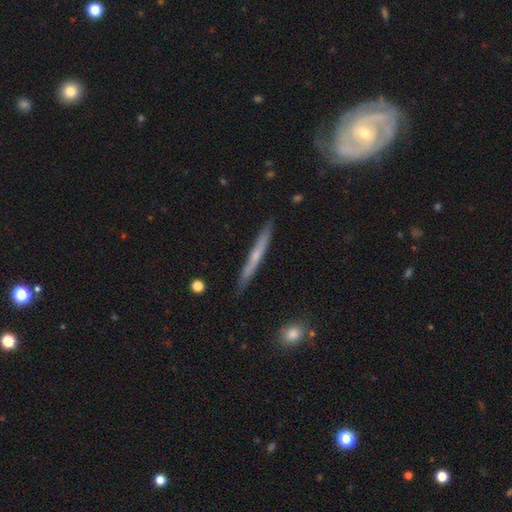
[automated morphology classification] This appears to be a featured or disk galaxy (54%) viewed edge-on (95%) with no central bulge (63%). Merging: none (88%).